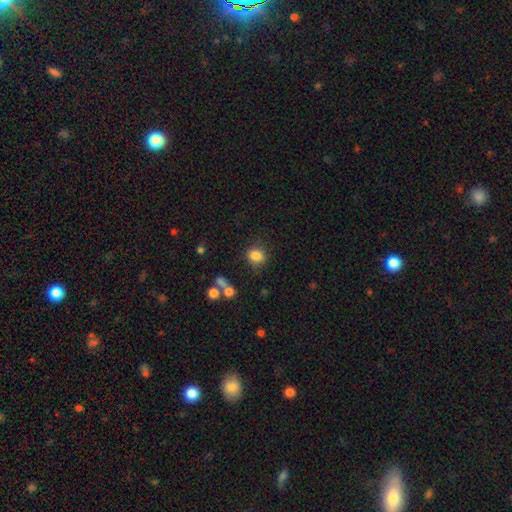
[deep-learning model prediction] smooth 83%, star or artifact 11%, featured or disk 6%. Down the decision tree: how rounded — round (76%); merging — none (80%).